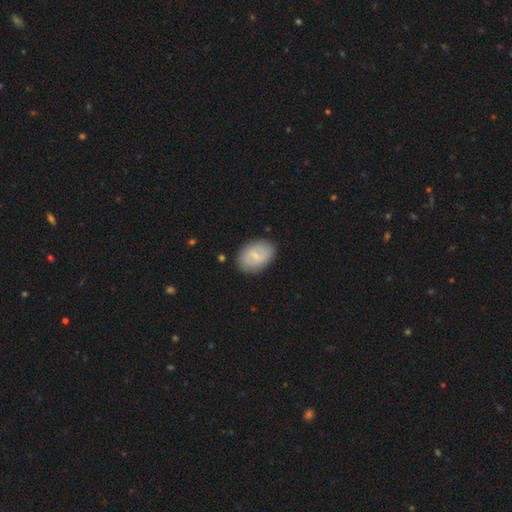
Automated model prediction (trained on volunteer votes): Overall: smooth (58%; featured or disk 35%). How rounded: in between (80%). Merging: none (83%).